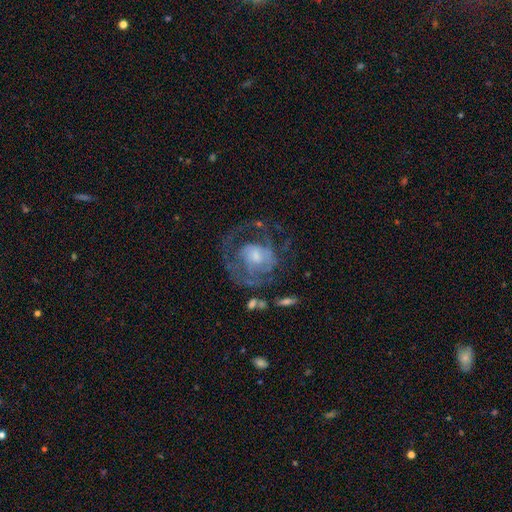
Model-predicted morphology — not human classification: smooth-or-featured: featured or disk: 75% | smooth: 17% | star or artifact: 8%
  disk-edge-on: no: 97% | yes: 3%
    bar: no: 66% | weak: 28% | strong: 6%
    has-spiral-arms: yes: 73% | no: 27%
      spiral-winding: tight: 48% | medium: 34% | loose: 17%
      spiral-arm-count: can't tell: 35% | 1: 25% | 2: 25% | 3: 8% | 4: 3% | more than 4: 3%
    bulge-size: moderate: 41% | small: 38% | large: 11% | none: 8% | dominant: 2%
  merging: none: 48% | major disturbance: 32% | minor disturbance: 17% | merger: 3%